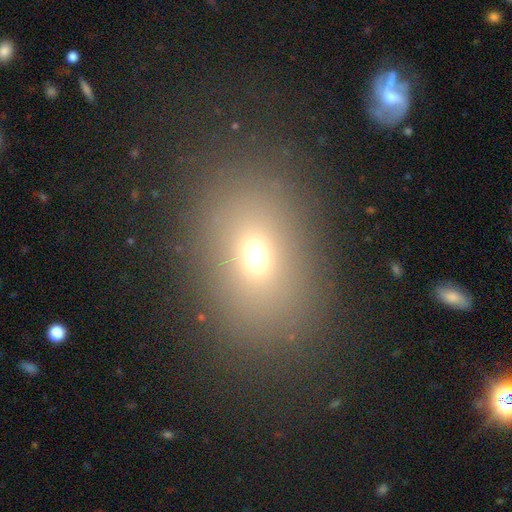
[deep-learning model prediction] Smooth or featured? smooth (67%)
How rounded? in between (66%)
Merging? none (83%)